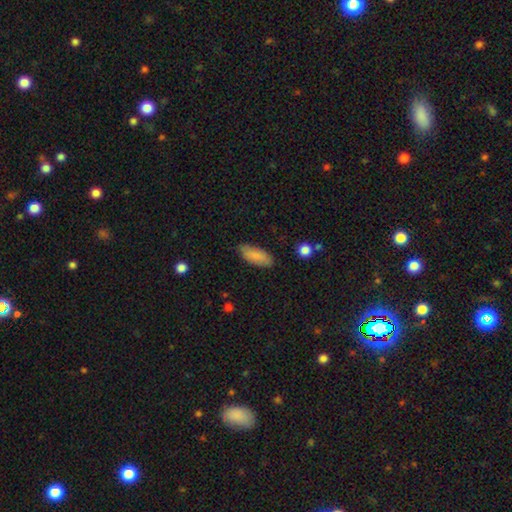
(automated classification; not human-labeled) smooth_or_featured: smooth (p=0.84) [alt: featured or disk p=0.10]
how_rounded: in between (p=0.78) [alt: cigar-shaped p=0.21]
merging: none (p=0.80) [alt: minor disturbance p=0.16]